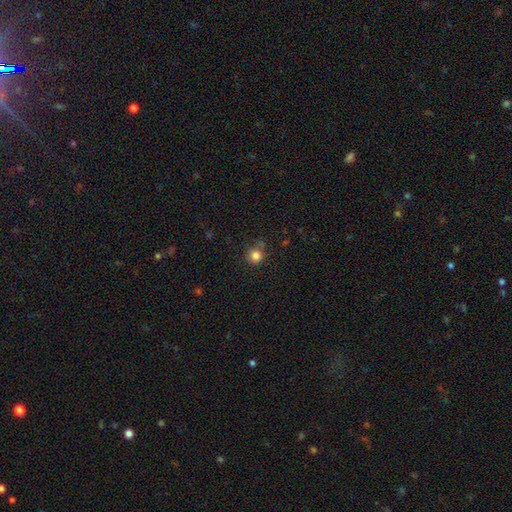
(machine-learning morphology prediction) smooth 83%, star or artifact 12%, featured or disk 5%. Down the decision tree: how rounded — round (94%); merging — none (78%).